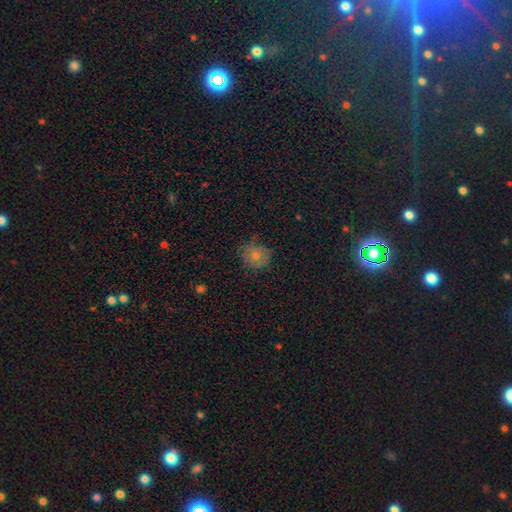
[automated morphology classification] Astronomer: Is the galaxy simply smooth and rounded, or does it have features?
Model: smooth — 75%.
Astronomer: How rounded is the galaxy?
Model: round — 80%.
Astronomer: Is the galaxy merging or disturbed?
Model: none — 69%.